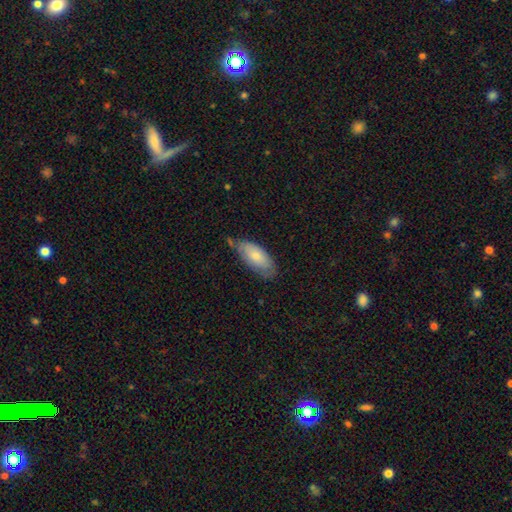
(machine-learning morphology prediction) A smooth galaxy with no disk features (74%) that is in between round and cigar-shaped (86%). Merging: none (60%).